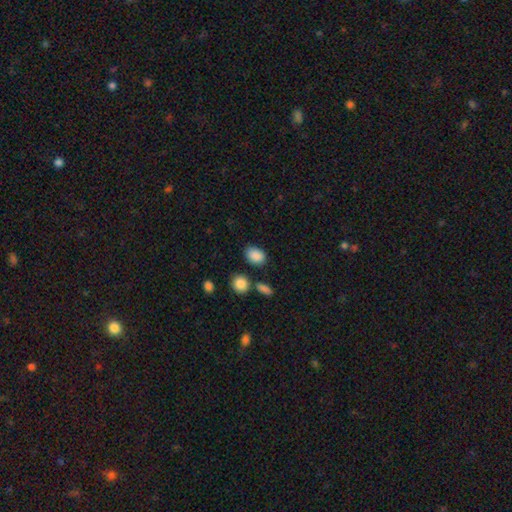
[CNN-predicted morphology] Smooth or featured: smooth — 88% (star or artifact — 8%)
How rounded: in between — 80% (round — 18%)
Merging: none — 79% (minor disturbance — 12%)